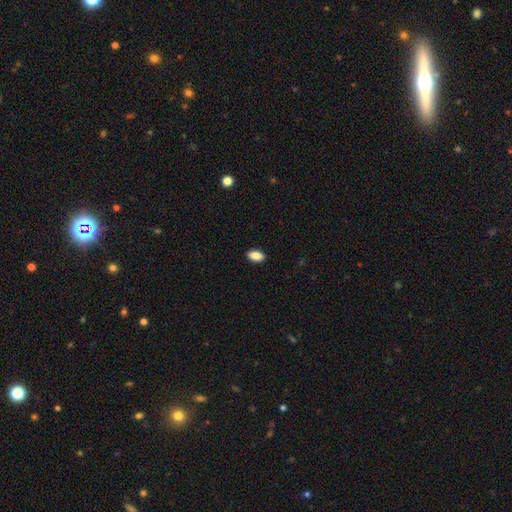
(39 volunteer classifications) A smooth galaxy with no disk features (85%) that is in between round and cigar-shaped (91%). Merging: none (78%).